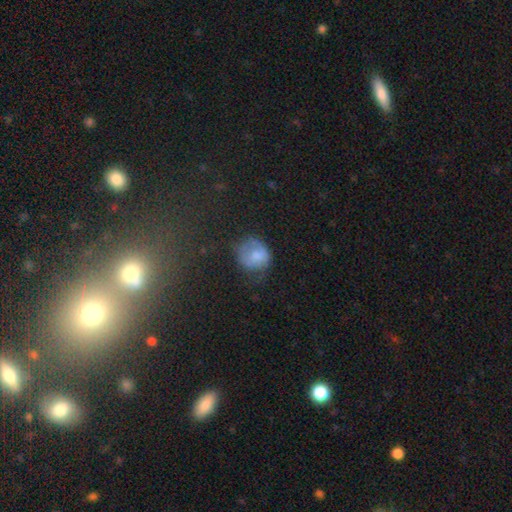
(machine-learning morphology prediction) Smooth or featured? smooth (68%)
How rounded? round (74%)
Merging? none (47%)